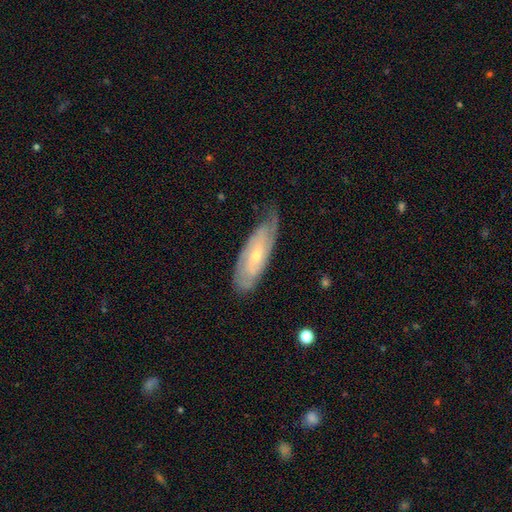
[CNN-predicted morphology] smooth_or_featured: featured or disk (p=0.75) [alt: smooth p=0.19]
disk_edge_on: no (p=0.84) [alt: yes p=0.16]
bar: no (p=0.51) [alt: weak p=0.37]
has_spiral_arms: yes (p=0.92) [alt: no p=0.08]
spiral_winding: tight (p=0.59) [alt: medium p=0.32]
spiral_arm_count: 2 (p=0.39) [tied with: can't tell p=0.39]
bulge_size: small (p=0.60) [alt: moderate p=0.37]
merging: none (p=0.65) [alt: minor disturbance p=0.27]